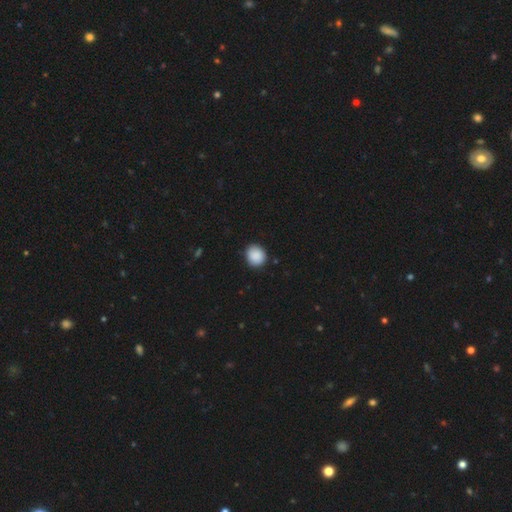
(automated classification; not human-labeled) smooth-or-featured: smooth: 89% | star or artifact: 8% | featured or disk: 3%
  how-rounded: round: 76% | in between: 23% | cigar-shaped: 1%
  merging: none: 86% | minor disturbance: 11% | major disturbance: 2% | merger: 1%